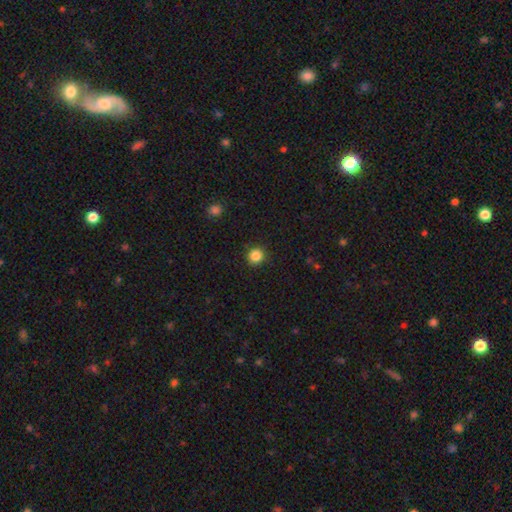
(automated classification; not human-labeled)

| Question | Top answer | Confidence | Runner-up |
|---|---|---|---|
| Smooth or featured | smooth | 85% | star or artifact (11%) |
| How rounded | round | 92% | in between (7%) |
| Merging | none | 92% | minor disturbance (5%) |